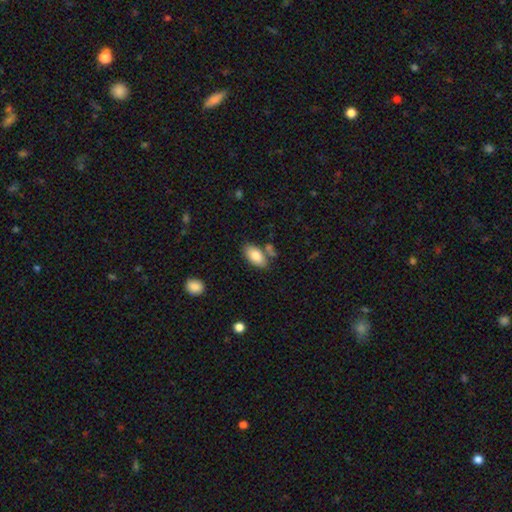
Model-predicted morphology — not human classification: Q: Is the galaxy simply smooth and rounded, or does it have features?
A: smooth — 84%.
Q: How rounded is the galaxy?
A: in between — 93%.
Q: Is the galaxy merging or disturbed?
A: none — 71%.